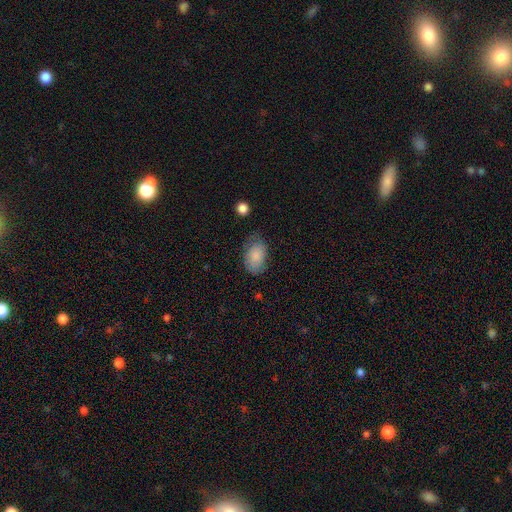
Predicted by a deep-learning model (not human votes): A smooth galaxy with no disk features (79%) that is in between round and cigar-shaped (90%).

Vote fractions:
- Smooth or featured? smooth: 79% / featured or disk: 14% / star or artifact: 7%
- How rounded? in between: 90% / round: 9% / cigar-shaped: 1%
- Merging? none: 60% / minor disturbance: 29% / major disturbance: 9% / merger: 2%